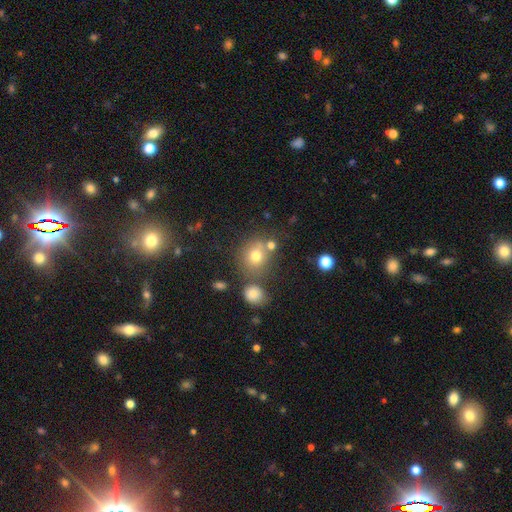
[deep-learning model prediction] Smooth or featured: smooth — 72% (star or artifact — 16%)
How rounded: round — 81% (in between — 18%)
Merging: none — 63% (merger — 19%)